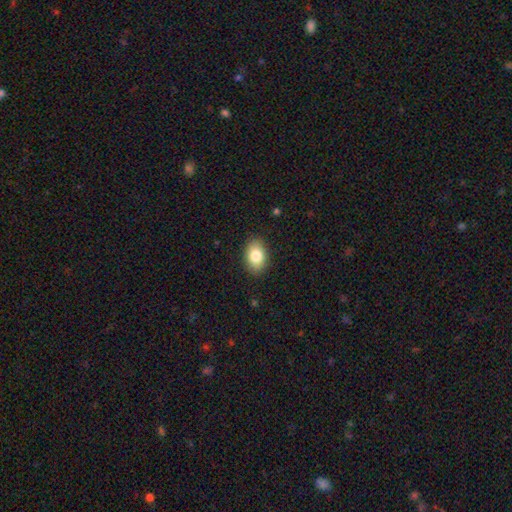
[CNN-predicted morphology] Smooth or featured? smooth (83%)
How rounded? in between (87%)
Merging? none (88%)